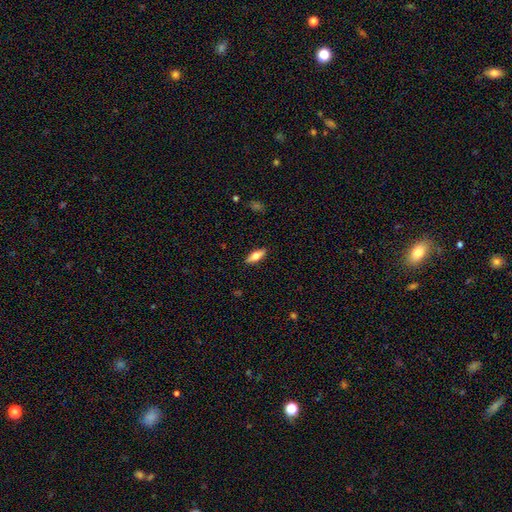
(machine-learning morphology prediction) Smooth or featured? Predicted: smooth (p=0.63). How rounded? Predicted: in between (p=0.64). Merging? Predicted: none (p=0.89).